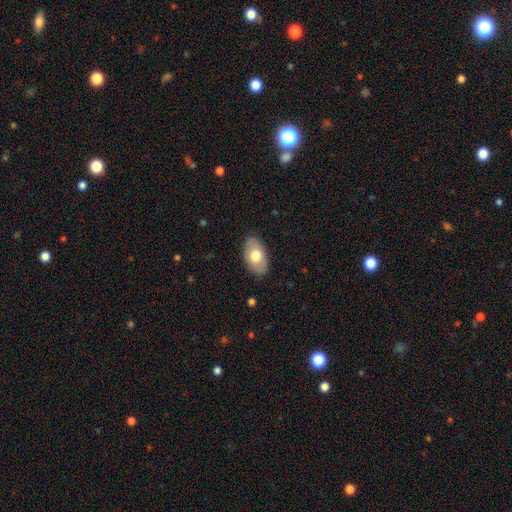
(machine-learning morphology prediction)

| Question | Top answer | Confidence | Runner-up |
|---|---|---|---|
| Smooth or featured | smooth | 67% | featured or disk (27%) |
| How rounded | in between | 93% | round (5%) |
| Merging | none | 85% | minor disturbance (12%) |